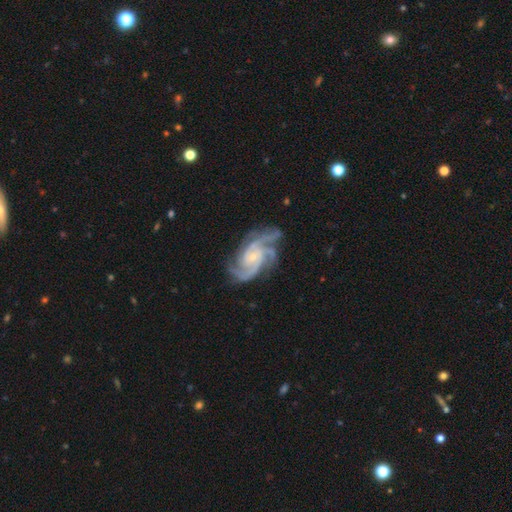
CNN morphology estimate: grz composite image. It shows a featured or disk galaxy (89%) with no bar (57%), 3 (43%) tight (46%) spiral arms (98%) and a small central bulge (63%). Merging: none (76%).